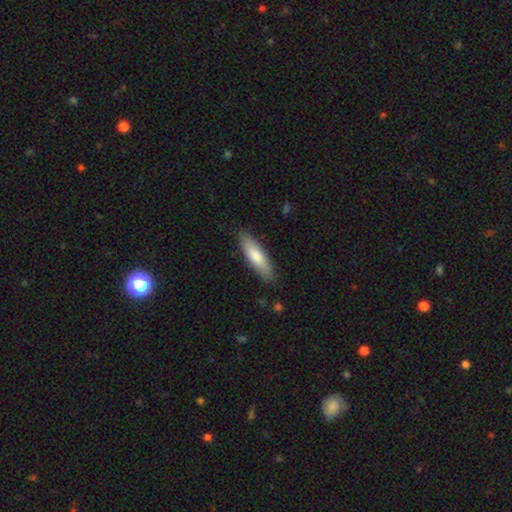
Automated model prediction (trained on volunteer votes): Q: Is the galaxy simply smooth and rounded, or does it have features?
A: smooth — 73%.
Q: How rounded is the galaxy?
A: cigar-shaped — 70%.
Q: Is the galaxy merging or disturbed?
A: none — 88%.